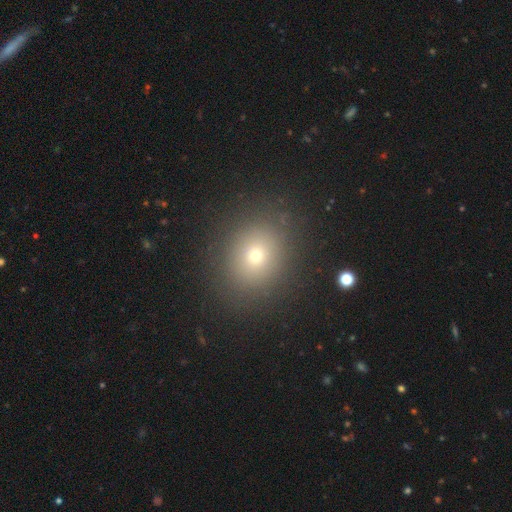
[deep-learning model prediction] This is likely a smooth galaxy (68%). How rounded: likely round (68%). Merging: clearly none (87%).